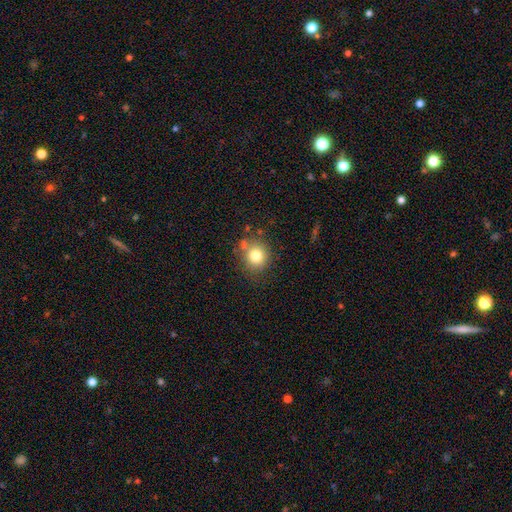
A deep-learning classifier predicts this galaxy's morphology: This appears to be a smooth galaxy with no disk features (79%) that is round (83%). Merging: none (73%).